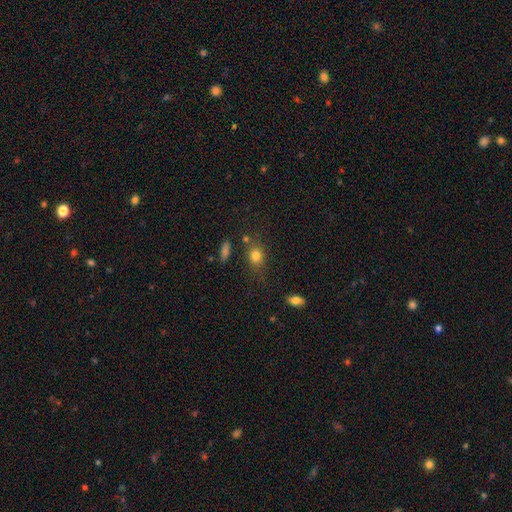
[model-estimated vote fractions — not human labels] A smooth galaxy with no disk features (79%) that is round (54%). Merging: none (70%).